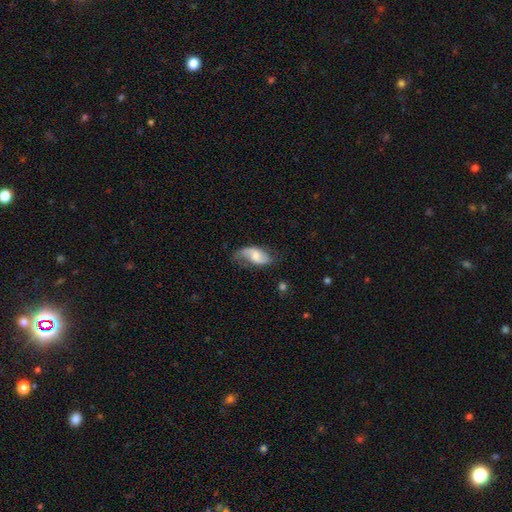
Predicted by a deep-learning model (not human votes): Smooth or featured? Predicted: featured or disk (p=0.50). Edge-on disk? Predicted: no (p=0.94). Merging? Predicted: none (p=0.50).